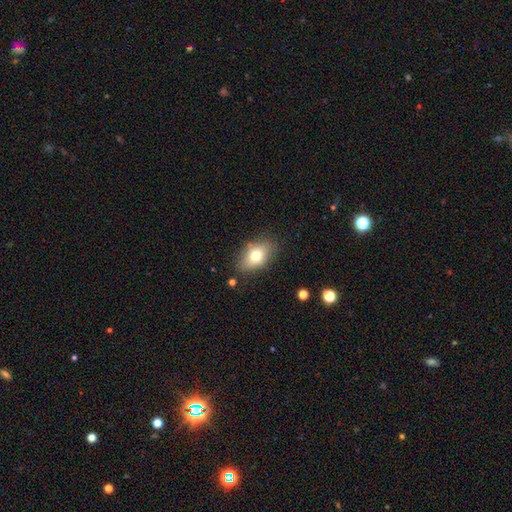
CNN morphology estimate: smooth 73%, featured or disk 17%, star or artifact 10%. Down the decision tree: how rounded — in between (83%); merging — none (79%).